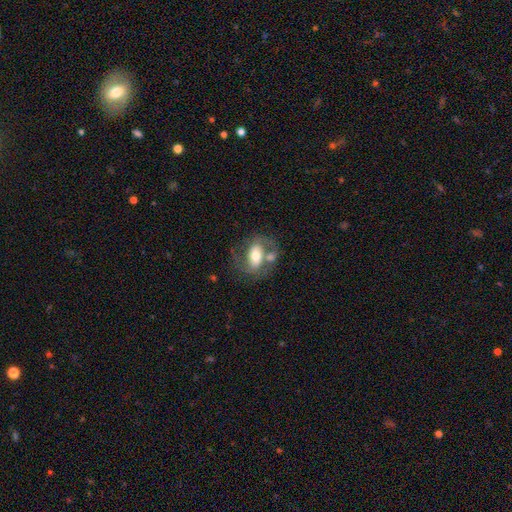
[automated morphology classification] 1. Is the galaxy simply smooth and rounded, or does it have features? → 54% featured or disk, 39% smooth, 7% star or artifact.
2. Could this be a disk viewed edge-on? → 93% no, 7% yes.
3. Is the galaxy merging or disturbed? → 44% none, 29% merger, 16% minor disturbance, 11% major disturbance.